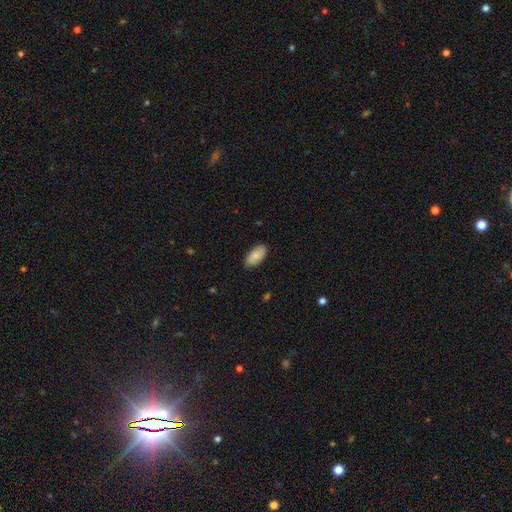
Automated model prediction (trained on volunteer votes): Smooth or featured: smooth — 84% (featured or disk — 10%)
How rounded: in between — 93% (cigar-shaped — 5%)
Merging: none — 85% (minor disturbance — 12%)